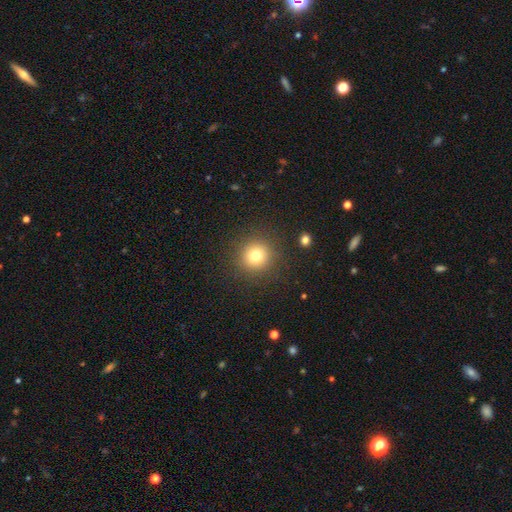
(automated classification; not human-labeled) Smooth or featured?
  - smooth: 78% *
  - star or artifact: 14%
  - featured or disk: 8%
How rounded?
  - round: 94% *
  - in between: 5%
  - cigar-shaped: 1%
Merging?
  - none: 89% *
  - minor disturbance: 6%
  - major disturbance: 3%
  - merger: 1%